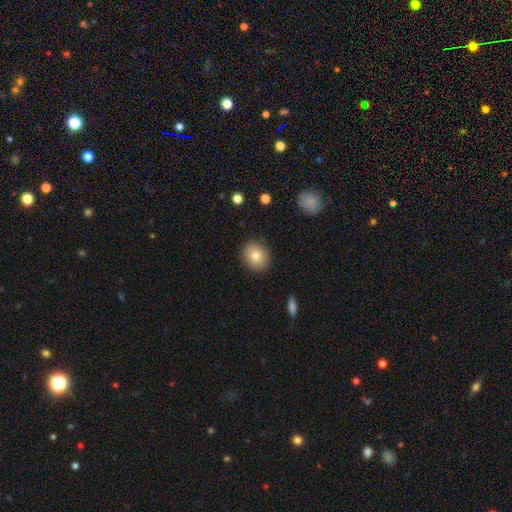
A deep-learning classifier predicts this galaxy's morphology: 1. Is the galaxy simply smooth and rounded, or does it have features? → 82% smooth, 9% featured or disk, 8% star or artifact.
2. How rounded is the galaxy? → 62% round, 37% in between, 1% cigar-shaped.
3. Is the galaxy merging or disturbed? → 89% none, 8% minor disturbance, 2% major disturbance, 1% merger.